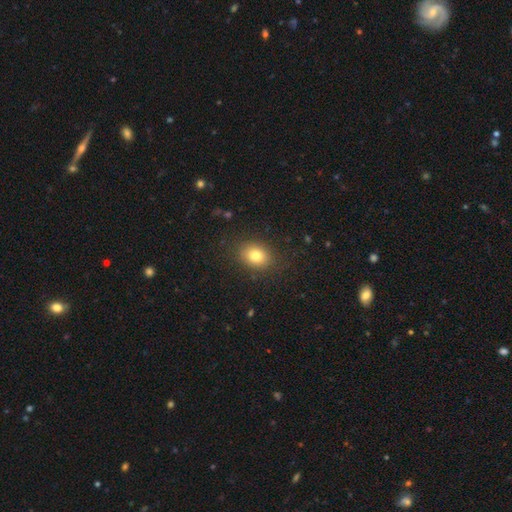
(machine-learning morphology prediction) smooth_or_featured: smooth (p=0.79) [alt: star or artifact p=0.12]
how_rounded: in between (p=0.50) [alt: round p=0.49]
merging: none (p=0.86) [alt: minor disturbance p=0.09]